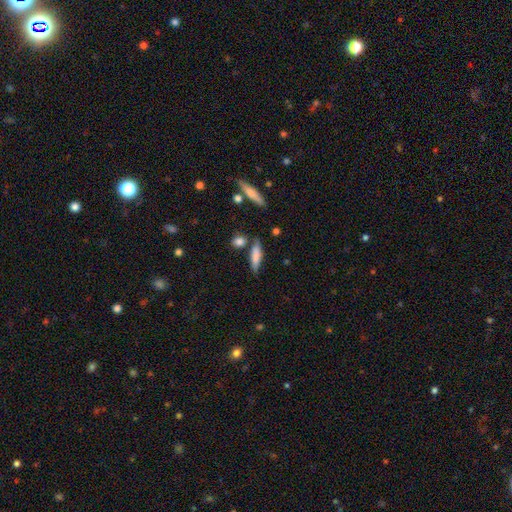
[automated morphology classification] The model was most divided on "how rounded": cigar-shaped: 64%, in between: 34%, round: 2%. More confident: smooth or featured — smooth (76%); merging — none (67%).